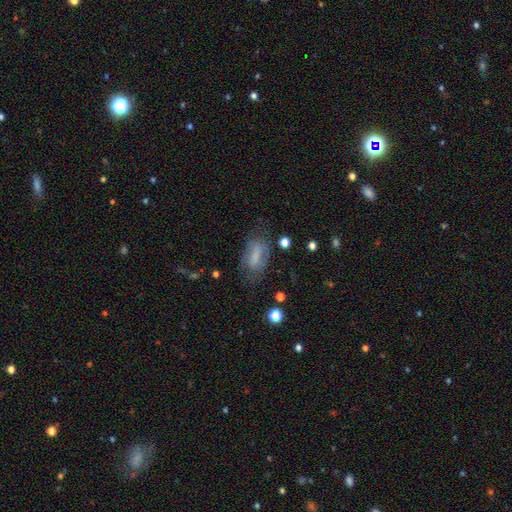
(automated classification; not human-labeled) The model was most divided on "smooth or featured": smooth: 49%, featured or disk: 40%, star or artifact: 11%. More confident: merging — none (58%).